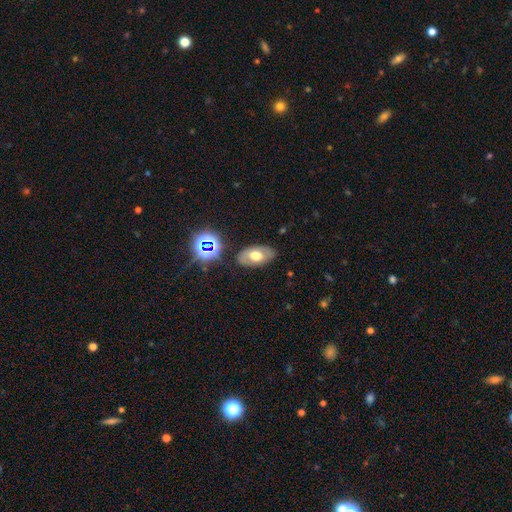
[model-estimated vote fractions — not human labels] This is possibly a smooth galaxy (53%). How rounded: clearly in between (90%). Merging: clearly none (82%).